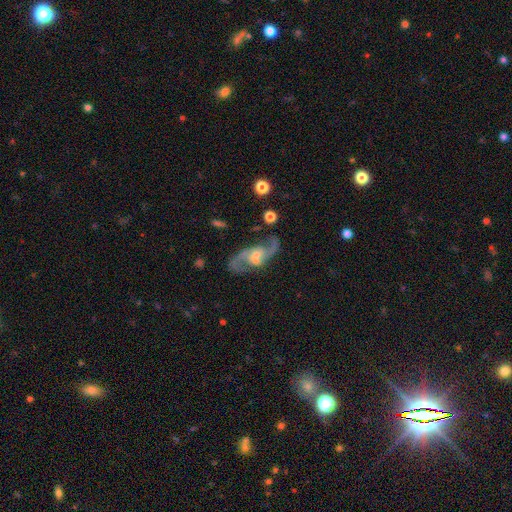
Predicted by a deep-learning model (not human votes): featured or disk 89%, star or artifact 6%, smooth 5%. Down the decision tree: edge-on disk — no (96%); bar — no (48%); spiral arms — yes (97%); spiral arm count — 2 (93%); spiral winding — medium (49%); bulge size — small (54%); merging — none (72%).